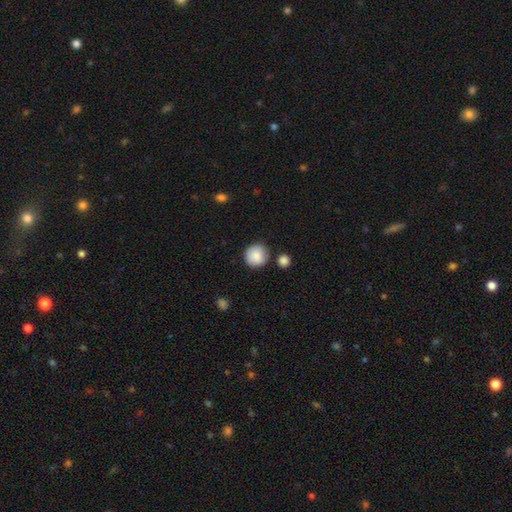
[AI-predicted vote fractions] This appears to be a smooth galaxy with no disk features (88%) that is round (94%). Merging: none (83%).